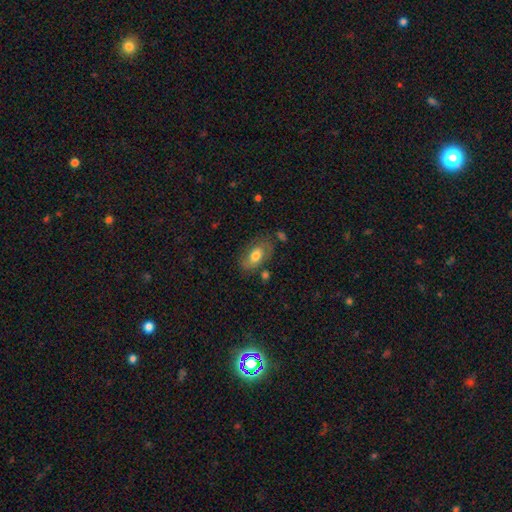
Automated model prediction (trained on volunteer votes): smooth 63%, featured or disk 30%, star or artifact 7%. Down the decision tree: how rounded — in between (89%); merging — none (67%).